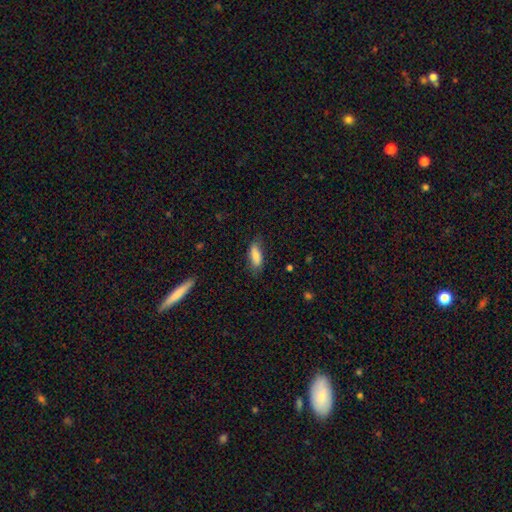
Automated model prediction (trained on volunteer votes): This is likely a smooth galaxy (80%). How rounded: likely in between (69%). Merging: likely none (71%).